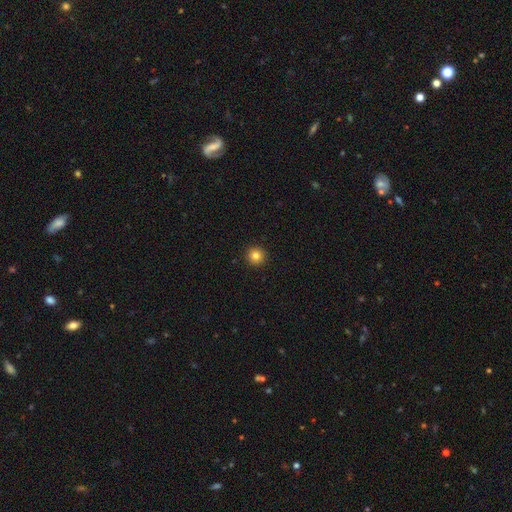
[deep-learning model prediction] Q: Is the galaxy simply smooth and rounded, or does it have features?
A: smooth — 82%.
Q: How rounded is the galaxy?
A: round — 96%.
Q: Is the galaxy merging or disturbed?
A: none — 94%.